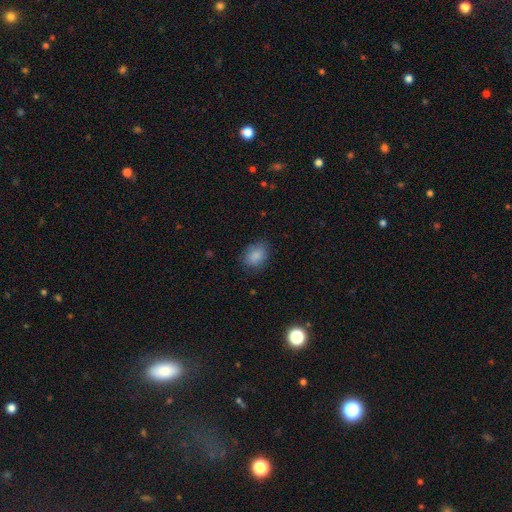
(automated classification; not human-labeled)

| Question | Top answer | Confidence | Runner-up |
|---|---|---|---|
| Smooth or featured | smooth | 87% | star or artifact (8%) |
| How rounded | in between | 66% | round (32%) |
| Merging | none | 81% | minor disturbance (15%) |